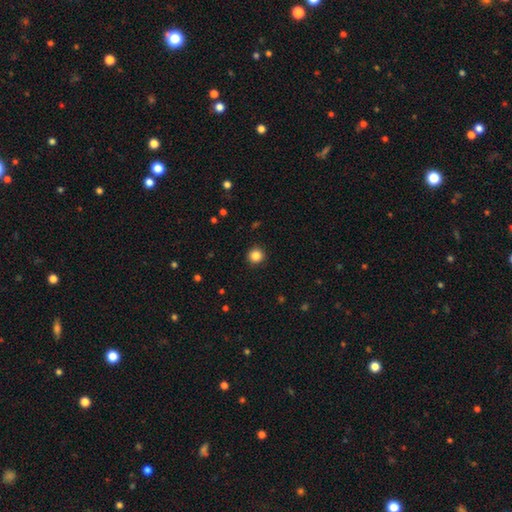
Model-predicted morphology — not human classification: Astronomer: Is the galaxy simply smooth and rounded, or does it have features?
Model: smooth — 85%.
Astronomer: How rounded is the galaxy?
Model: round — 95%.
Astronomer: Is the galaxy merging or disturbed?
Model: none — 93%.